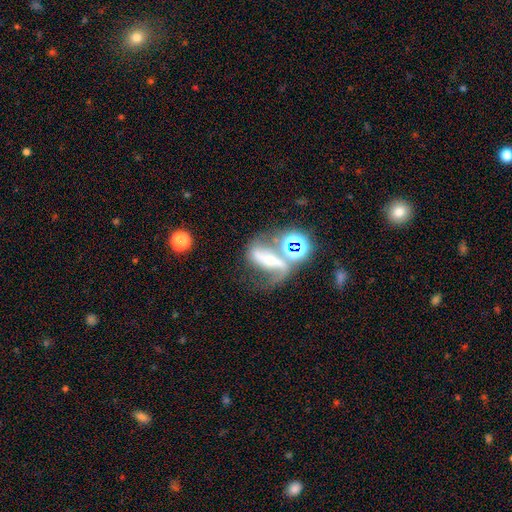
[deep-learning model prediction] The model was most divided on "merging": merger: 32%, none: 31%, major disturbance: 24%, minor disturbance: 14%. Remaining: edge-on disk — no (90%); spiral arms — yes (80%); smooth or featured — featured or disk (66%); bar — strong (47%); bulge size — small (44%).